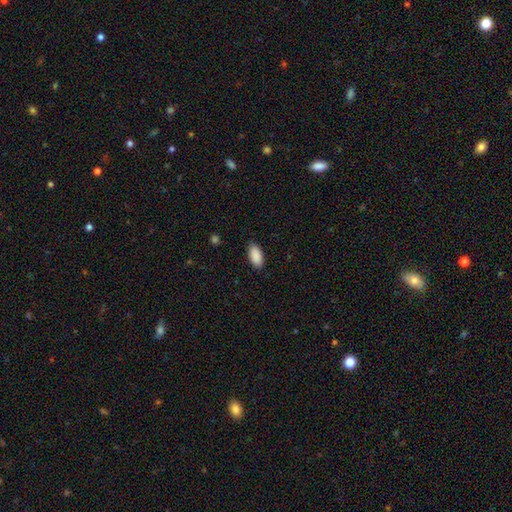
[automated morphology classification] A smooth galaxy with no disk features (91%) that is in between round and cigar-shaped (93%).

Vote fractions:
- Smooth or featured? smooth: 91% / star or artifact: 6% / featured or disk: 3%
- How rounded? in between: 93% / cigar-shaped: 5% / round: 2%
- Merging? none: 86% / minor disturbance: 11% / major disturbance: 2% / merger: 1%